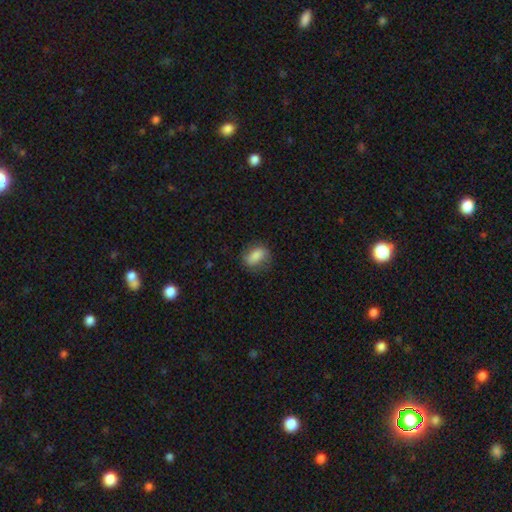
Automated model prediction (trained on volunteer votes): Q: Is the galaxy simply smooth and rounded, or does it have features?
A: smooth — 81%.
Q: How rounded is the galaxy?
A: in between — 77%.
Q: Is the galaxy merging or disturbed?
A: none — 75%.